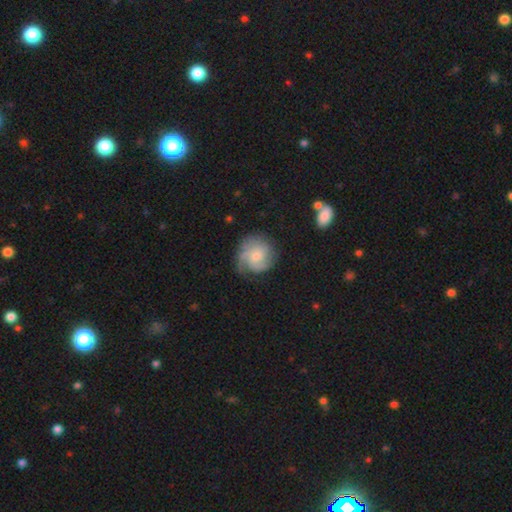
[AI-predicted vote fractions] This appears to be a featured or disk galaxy (68%) with no bar (69%), tight (44%) spiral arms (93%) and a small central bulge (59%). Merging: none (66%).